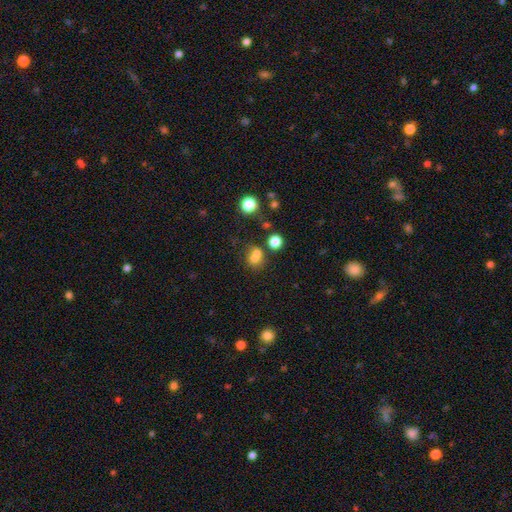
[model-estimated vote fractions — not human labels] The model was most divided on "merging": merger: 49%, none: 39%, minor disturbance: 8%, major disturbance: 4%. More confident: how rounded — round (71%); smooth or featured — smooth (69%).